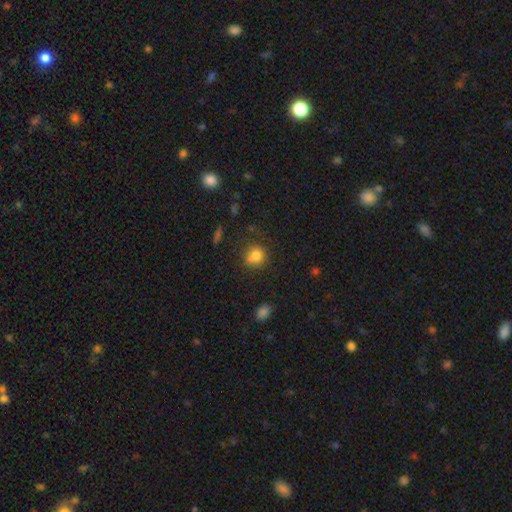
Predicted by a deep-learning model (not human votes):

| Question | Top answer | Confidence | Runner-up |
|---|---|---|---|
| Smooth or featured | smooth | 79% | star or artifact (12%) |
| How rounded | round | 84% | in between (15%) |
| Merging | none | 64% | minor disturbance (18%) |